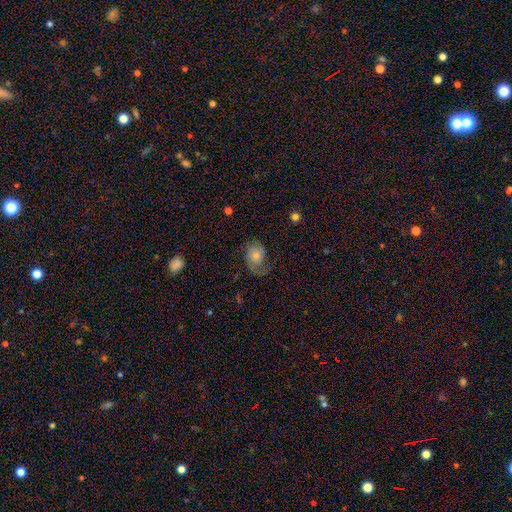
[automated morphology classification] Smooth or featured? featured or disk (50%)
Edge-on disk? no (96%)
Merging? none (47%)